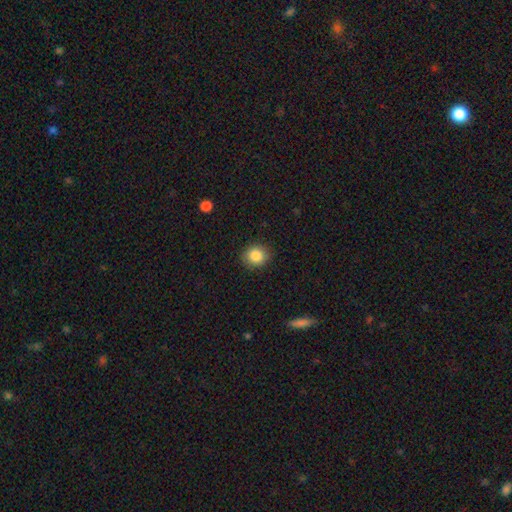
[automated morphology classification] Overall: smooth (86%). How rounded: round (78%). Merging: none (88%).